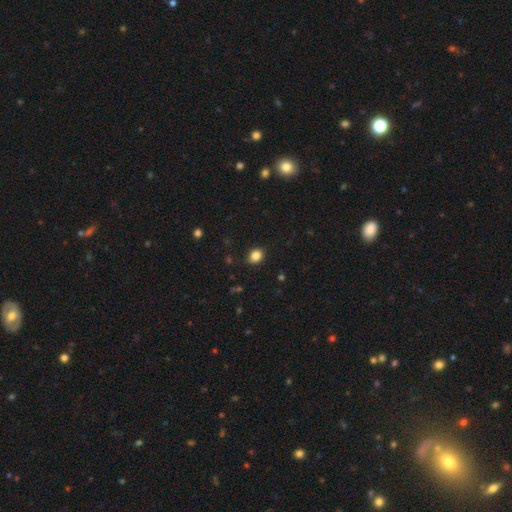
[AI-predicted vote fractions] Smooth or featured? smooth (84%)
How rounded? in between (52%)
Merging? none (88%)